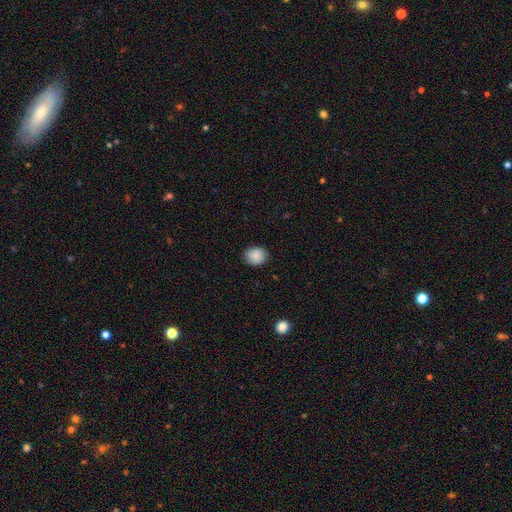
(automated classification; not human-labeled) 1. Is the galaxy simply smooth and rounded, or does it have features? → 88% smooth, 8% star or artifact, 5% featured or disk.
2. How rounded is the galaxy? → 59% round, 41% in between, 1% cigar-shaped.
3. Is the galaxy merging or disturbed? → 86% none, 11% minor disturbance, 2% major disturbance, 1% merger.